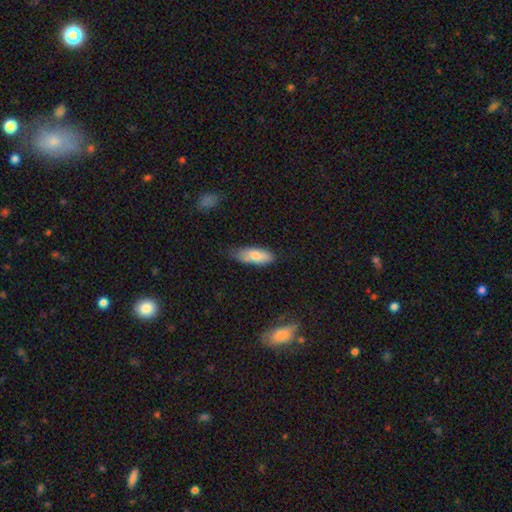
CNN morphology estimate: A smooth galaxy with no disk features (78%) that is in between round and cigar-shaped (72%).

Vote fractions:
- Smooth or featured? smooth: 78% / featured or disk: 16% / star or artifact: 7%
- How rounded? in between: 72% / cigar-shaped: 26% / round: 2%
- Merging? none: 59% / minor disturbance: 31% / major disturbance: 6% / merger: 4%